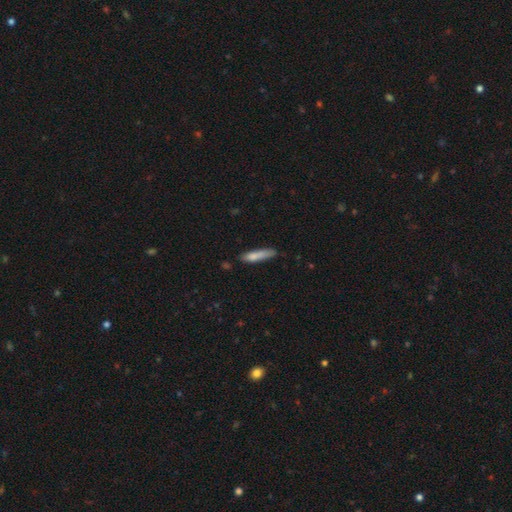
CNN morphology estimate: The model was most divided on "merging": none: 66%, minor disturbance: 25%, major disturbance: 5%, merger: 4%. More confident: how rounded — cigar-shaped (83%); smooth or featured — smooth (80%).